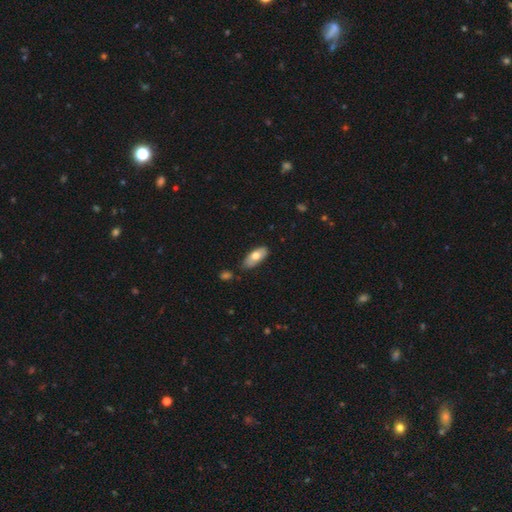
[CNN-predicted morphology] This appears to be a smooth galaxy with no disk features (68%) that is in between round and cigar-shaped (84%). Merging: none (78%).